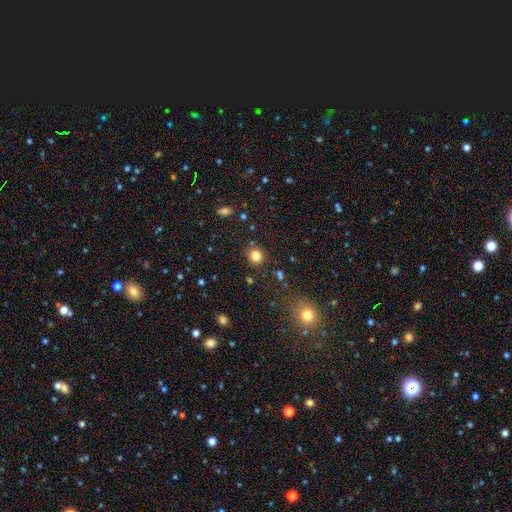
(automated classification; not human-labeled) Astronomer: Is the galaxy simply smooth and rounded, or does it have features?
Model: smooth — 81%.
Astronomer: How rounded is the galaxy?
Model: round — 87%.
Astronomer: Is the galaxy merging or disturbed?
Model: none — 86%.